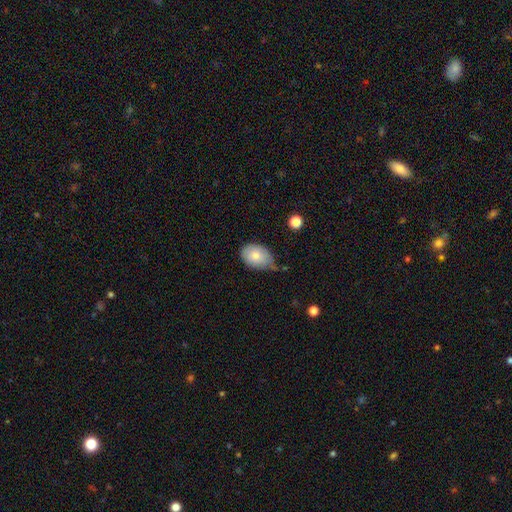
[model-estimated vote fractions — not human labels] smooth 79%, featured or disk 14%, star or artifact 7%. Down the decision tree: how rounded — in between (76%); merging — minor disturbance (43%, tied with none).